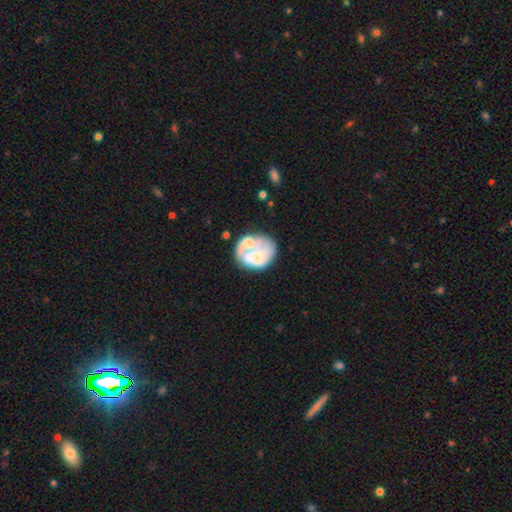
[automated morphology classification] featured or disk 58%, smooth 35%, star or artifact 7%. Down the decision tree: edge-on disk — no (98%); bar — no (87%); spiral arms — no (71%); bulge size — none (42%); merging — none (32%).